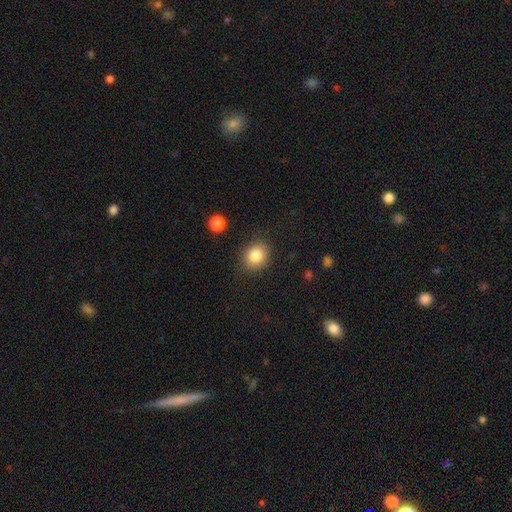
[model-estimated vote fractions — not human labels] Smooth or featured?
  - smooth: 82% *
  - star or artifact: 11%
  - featured or disk: 7%
How rounded?
  - round: 68% *
  - in between: 31%
  - cigar-shaped: 1%
Merging?
  - none: 86% *
  - minor disturbance: 10%
  - major disturbance: 3%
  - merger: 2%